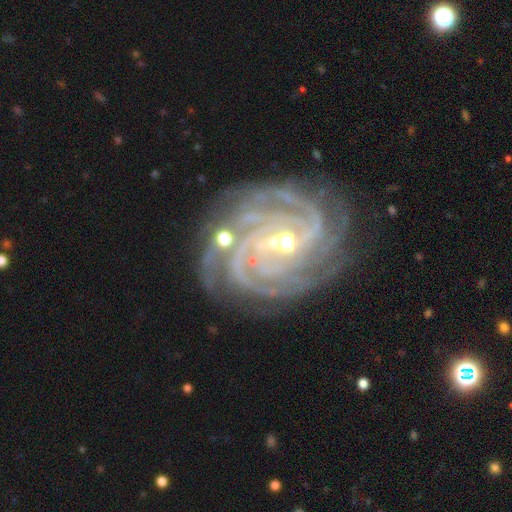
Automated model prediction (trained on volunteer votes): A featured or disk galaxy (92%) with a strong bar (46%), 4 (35%) tight (80%) spiral arms (99%) and a small central bulge (56%). Merging: none (81%).